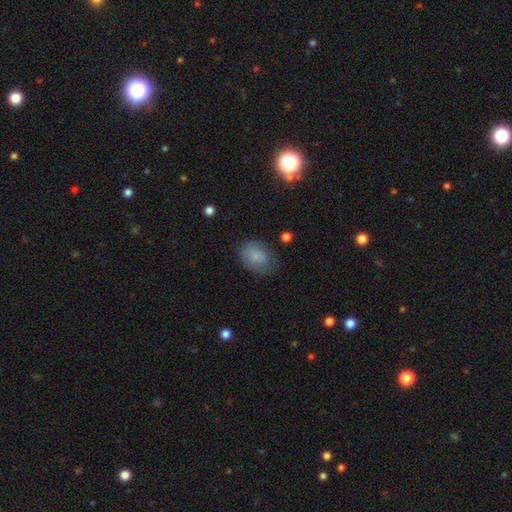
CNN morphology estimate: Overall: smooth (81%). How rounded: in between (74%). Merging: none (67%).